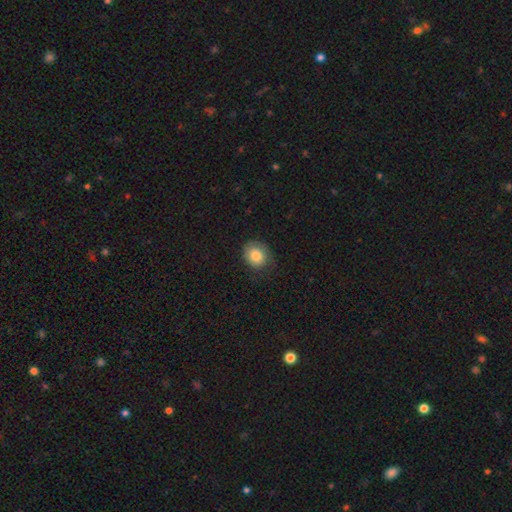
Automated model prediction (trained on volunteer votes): Morphology: type=smooth (80%); roundness=round (62%); merging=none (70%).